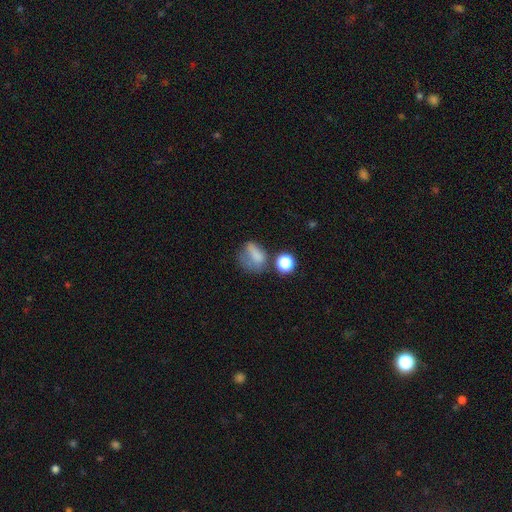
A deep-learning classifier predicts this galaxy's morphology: Smooth or featured?
  - smooth: 67% *
  - featured or disk: 17%
  - star or artifact: 16%
How rounded?
  - in between: 55% *
  - round: 43%
  - cigar-shaped: 2%
Merging?
  - none: 34% *
  - major disturbance: 27%
  - minor disturbance: 25%
  - merger: 13%